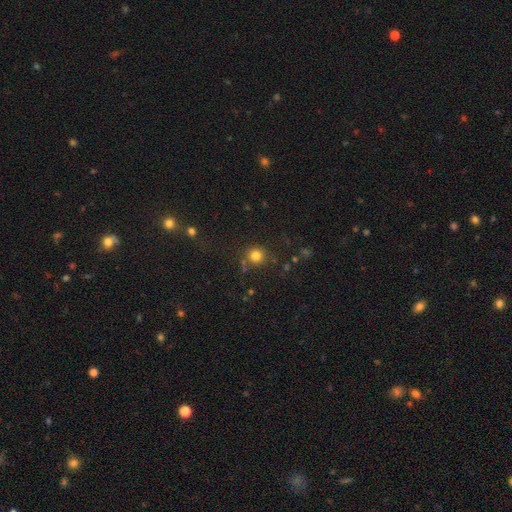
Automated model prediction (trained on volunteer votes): smooth-or-featured: smooth: 80% | star or artifact: 14% | featured or disk: 6%
  how-rounded: round: 92% | in between: 7% | cigar-shaped: 1%
  merging: none: 78% | minor disturbance: 11% | merger: 6% | major disturbance: 4%